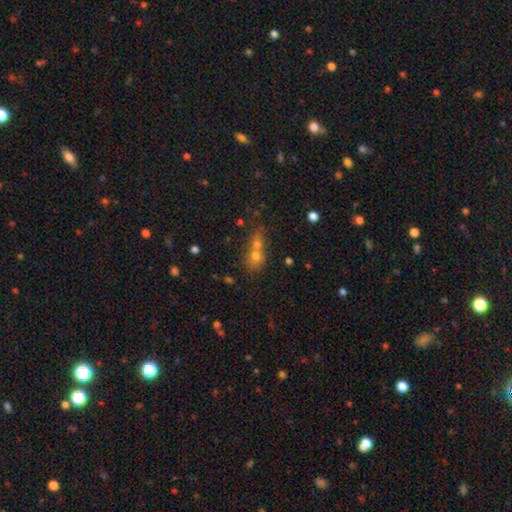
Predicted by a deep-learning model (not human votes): Smooth or featured? Predicted: smooth (p=0.65). How rounded? Predicted: round (p=0.66). Merging? Predicted: merger (p=0.65).